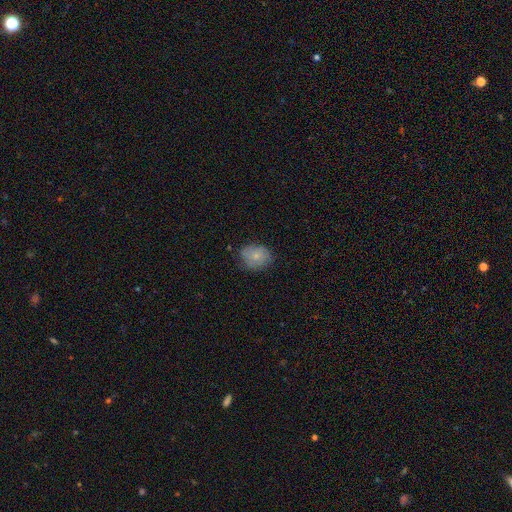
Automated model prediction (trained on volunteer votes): smooth_or_featured: smooth (p=0.75) [alt: featured or disk p=0.16]
how_rounded: round (p=0.51) [alt: in between p=0.48]
merging: none (p=0.68) [alt: minor disturbance p=0.25]